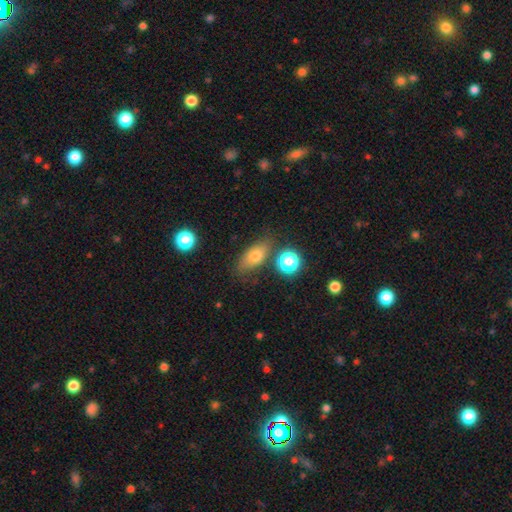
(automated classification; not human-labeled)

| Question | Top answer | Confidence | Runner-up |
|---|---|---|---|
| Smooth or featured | smooth | 71% | featured or disk (17%) |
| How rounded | in between | 77% | cigar-shaped (12%) |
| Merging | none | 72% | minor disturbance (16%) |